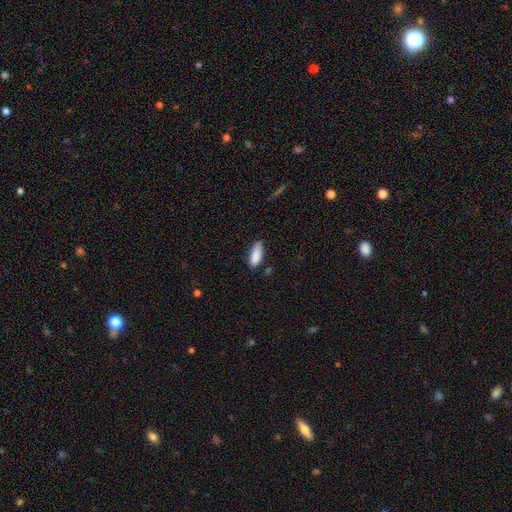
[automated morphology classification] This is clearly a smooth galaxy (88%). How rounded: likely in between (69%). Merging: likely none (76%).